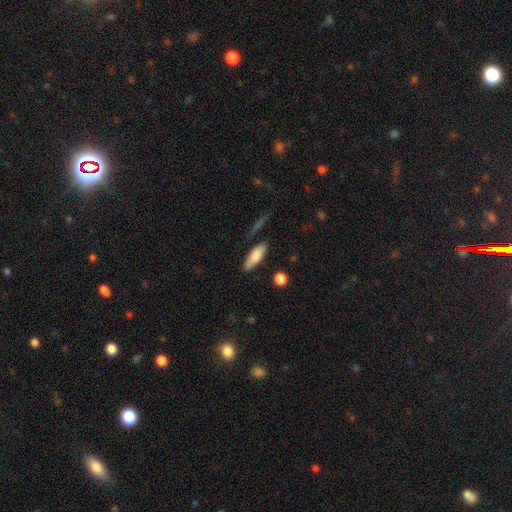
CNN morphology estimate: A smooth galaxy with no disk features (80%) that is in between round and cigar-shaped (58%).

Vote fractions:
- Smooth or featured? smooth: 80% / featured or disk: 14% / star or artifact: 6%
- How rounded? in between: 58% / cigar-shaped: 40% / round: 2%
- Merging? none: 78% / minor disturbance: 15% / major disturbance: 4% / merger: 3%